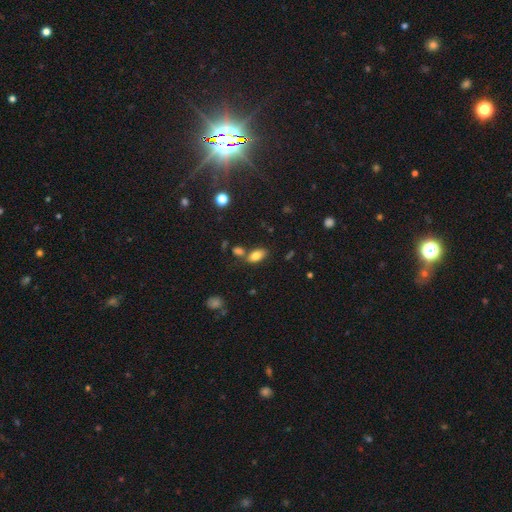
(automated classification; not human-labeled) smooth 80%, featured or disk 11%, star or artifact 10%. Down the decision tree: how rounded — in between (91%); merging — none (65%).